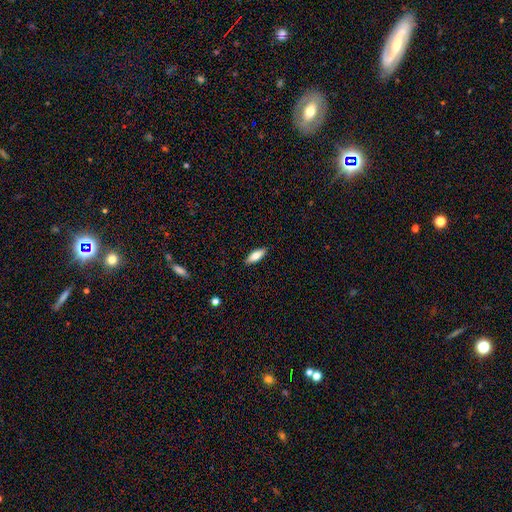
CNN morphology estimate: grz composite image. It shows a smooth galaxy with no disk features (78%) that is in between round and cigar-shaped (64%). Merging: none (89%).